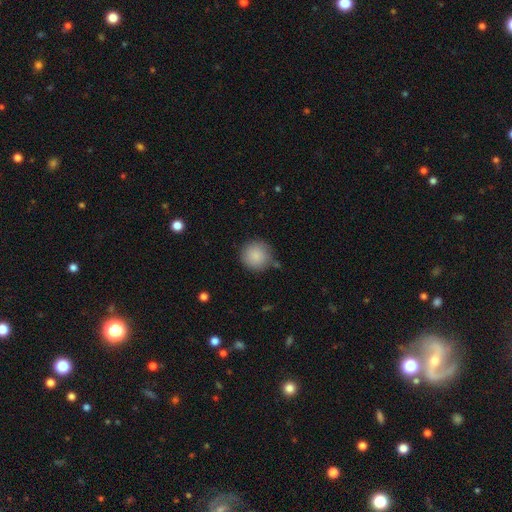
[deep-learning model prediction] A smooth galaxy with no disk features (88%) that is round (94%).

Vote fractions:
- Smooth or featured? smooth: 88% / star or artifact: 7% / featured or disk: 5%
- How rounded? round: 94% / in between: 5% / cigar-shaped: 1%
- Merging? none: 79% / minor disturbance: 14% / merger: 4% / major disturbance: 3%